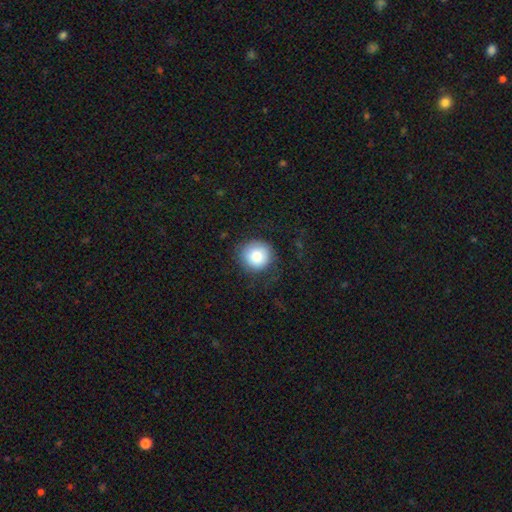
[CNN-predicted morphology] smooth 81%, featured or disk 11%, star or artifact 9%. Down the decision tree: how rounded — round (94%); merging — none (77%).